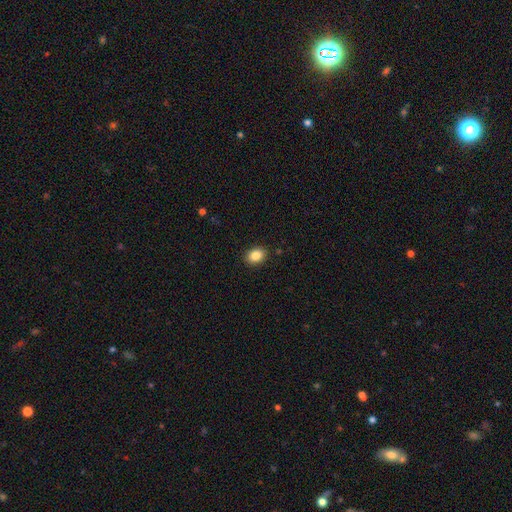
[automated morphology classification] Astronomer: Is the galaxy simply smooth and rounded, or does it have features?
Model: smooth — 86%.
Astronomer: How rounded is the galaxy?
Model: in between — 69%.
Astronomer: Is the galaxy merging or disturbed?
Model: none — 89%.